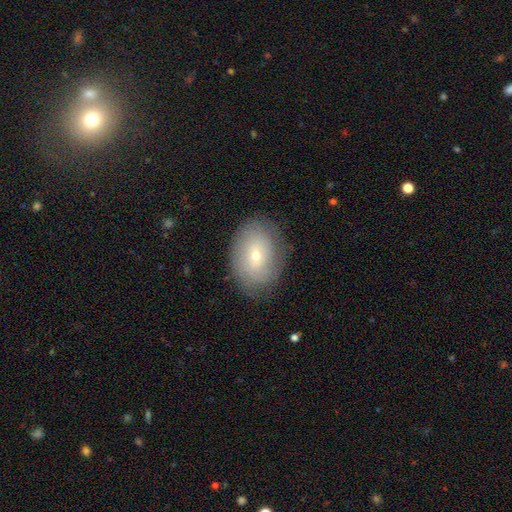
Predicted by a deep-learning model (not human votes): smooth 54%, featured or disk 37%, star or artifact 9%. Down the decision tree: how rounded — in between (74%); merging — none (80%).